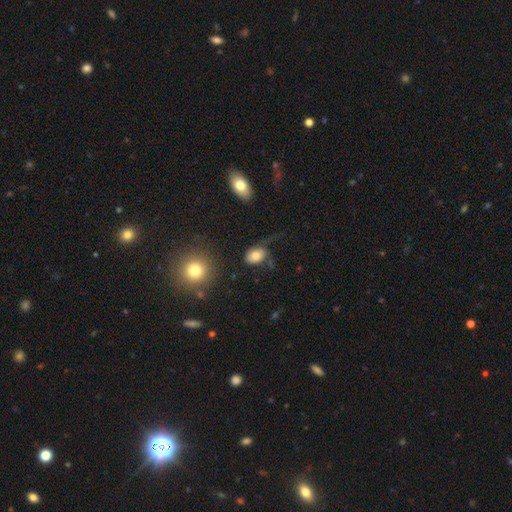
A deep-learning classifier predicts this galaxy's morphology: This is likely a smooth galaxy (75%). How rounded: likely in between (77%). Merging: marginally none (43%).